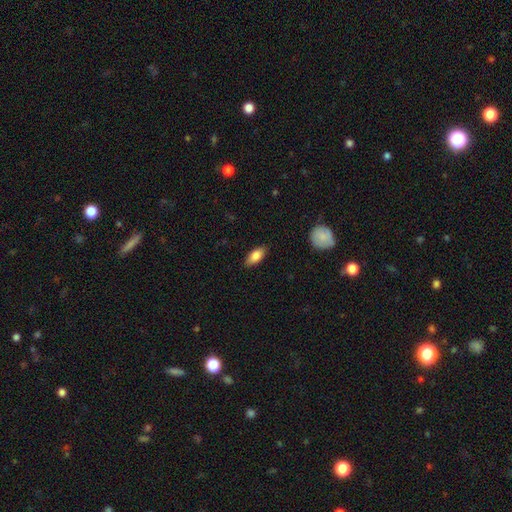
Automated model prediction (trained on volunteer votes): Overall: smooth (82%). How rounded: in between (86%). Merging: none (85%).